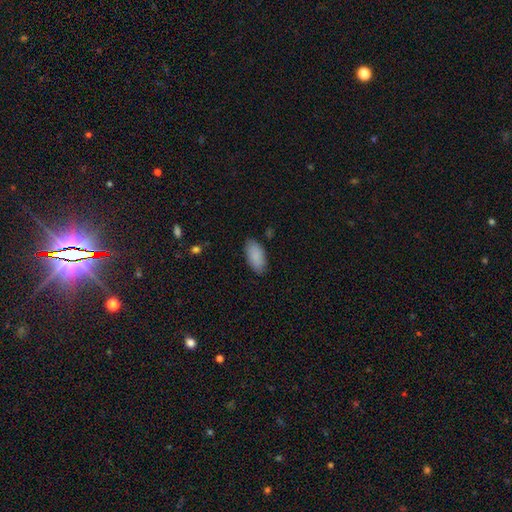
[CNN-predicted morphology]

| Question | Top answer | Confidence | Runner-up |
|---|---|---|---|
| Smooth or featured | smooth | 88% | star or artifact (6%) |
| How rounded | in between | 93% | cigar-shaped (5%) |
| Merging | none | 84% | minor disturbance (13%) |